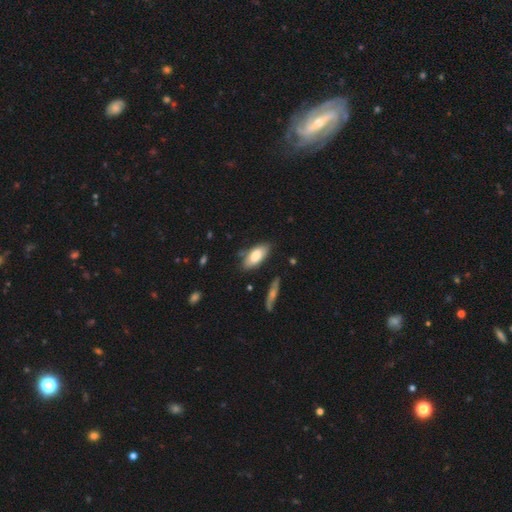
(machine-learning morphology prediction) Smooth or featured? smooth (79%)
How rounded? in between (87%)
Merging? none (72%)